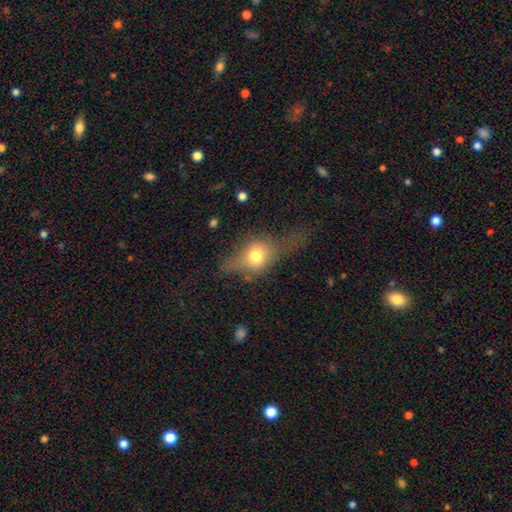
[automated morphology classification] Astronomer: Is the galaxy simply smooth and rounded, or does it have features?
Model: smooth — 61%.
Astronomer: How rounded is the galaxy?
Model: in between — 59%.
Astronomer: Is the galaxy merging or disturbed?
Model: major disturbance — 36% (runner-up: none, 34%).